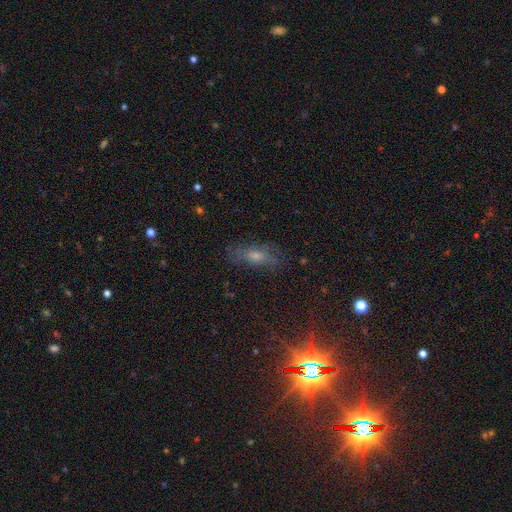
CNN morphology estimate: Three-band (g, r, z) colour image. It shows a smooth galaxy with no disk features (35%). Merging: none (73%).